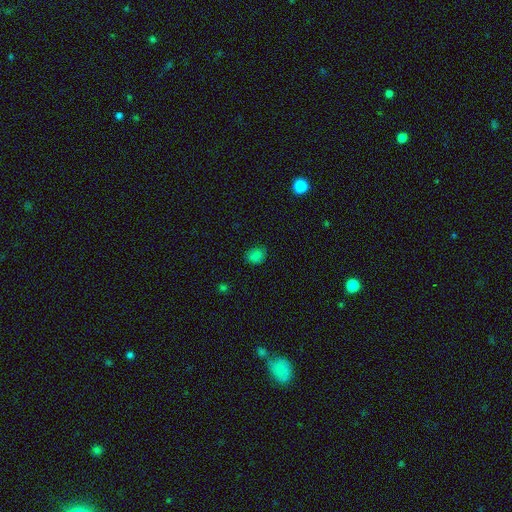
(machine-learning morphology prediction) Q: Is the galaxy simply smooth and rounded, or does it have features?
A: smooth — 79%.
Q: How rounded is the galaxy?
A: in between — 58%.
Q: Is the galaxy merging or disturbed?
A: none — 80%.